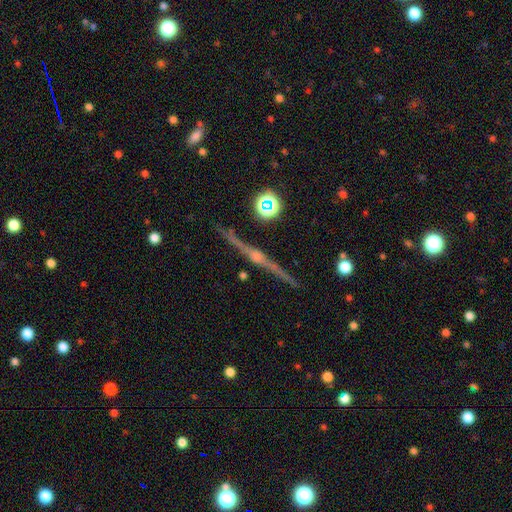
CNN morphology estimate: Smooth or featured? Predicted: featured or disk (p=0.84). Edge-on disk? Predicted: yes (p=0.98). Edge-on bulge? Predicted: rounded (p=0.84). Merging? Predicted: none (p=0.89).